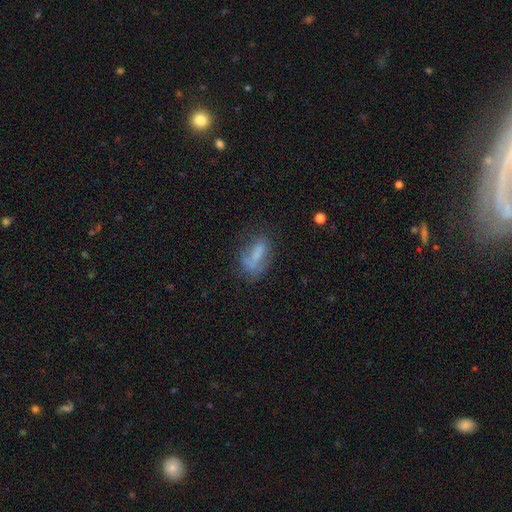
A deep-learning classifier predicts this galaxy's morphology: Smooth or featured?
  - smooth: 61% *
  - featured or disk: 28%
  - star or artifact: 11%
How rounded?
  - in between: 69% *
  - cigar-shaped: 26%
  - round: 5%
Merging?
  - none: 49% *
  - minor disturbance: 26%
  - major disturbance: 18%
  - merger: 6%